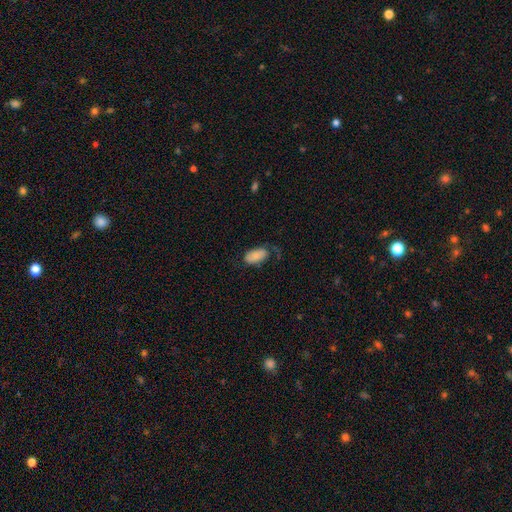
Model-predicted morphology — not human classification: The model was most divided on "merging": none: 55%, minor disturbance: 30%, major disturbance: 13%, merger: 2%. More confident: how rounded — in between (95%); smooth or featured — smooth (81%).